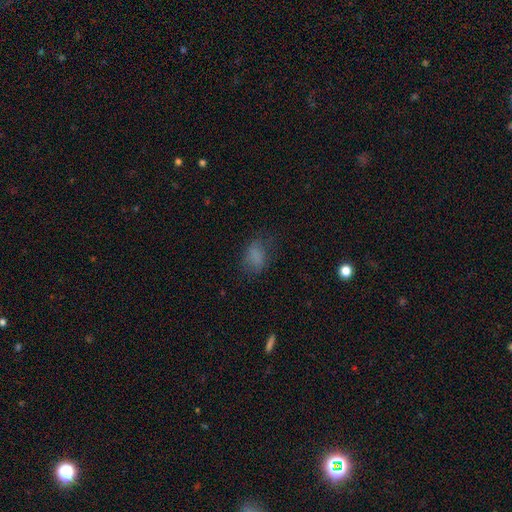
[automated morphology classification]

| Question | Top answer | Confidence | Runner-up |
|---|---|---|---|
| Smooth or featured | smooth | 76% | star or artifact (14%) |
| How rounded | in between | 79% | round (19%) |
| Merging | none | 62% | minor disturbance (22%) |